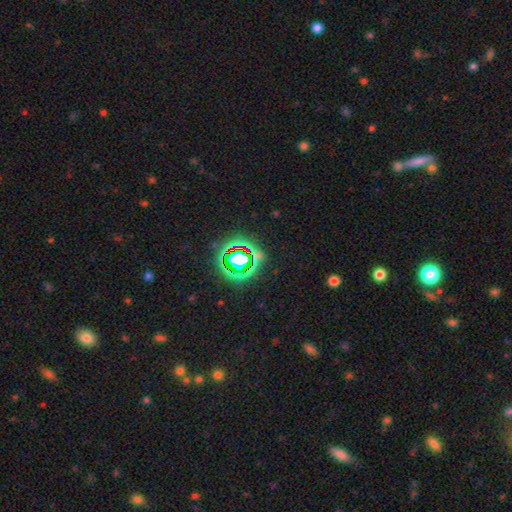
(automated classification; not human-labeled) Smooth or featured? star or artifact (74%)